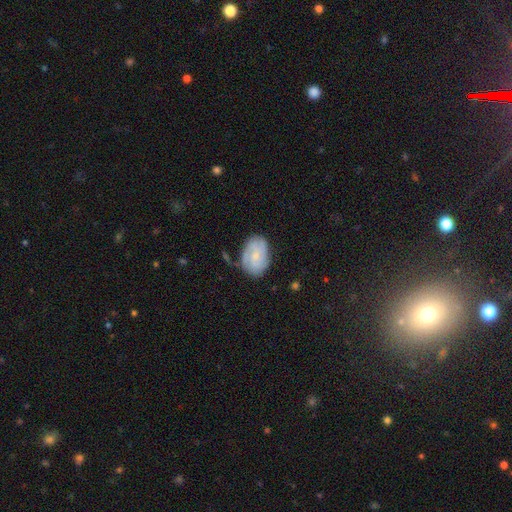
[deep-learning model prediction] This is likely a featured or disk galaxy (60%). It is clearly not viewed edge-on (97%). Bar: likely no (69%). Spiral arm pattern: clearly yes (86%). Spiral arm count: marginally can't tell (33%). Spiral winding: possibly tight (53%). Central bulge: likely small (68%). Merging: likely none (67%).